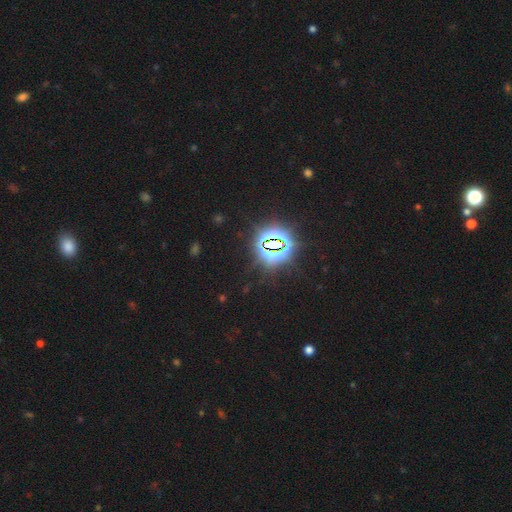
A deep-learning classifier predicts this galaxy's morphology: Smooth or featured?
  - star or artifact: 81% *
  - smooth: 13%
  - featured or disk: 6%